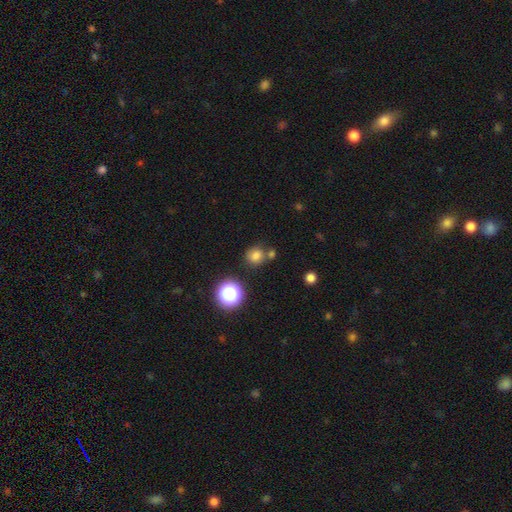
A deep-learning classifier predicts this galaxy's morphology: Overall: smooth (76%). How rounded: round (82%). Merging: none (68%).